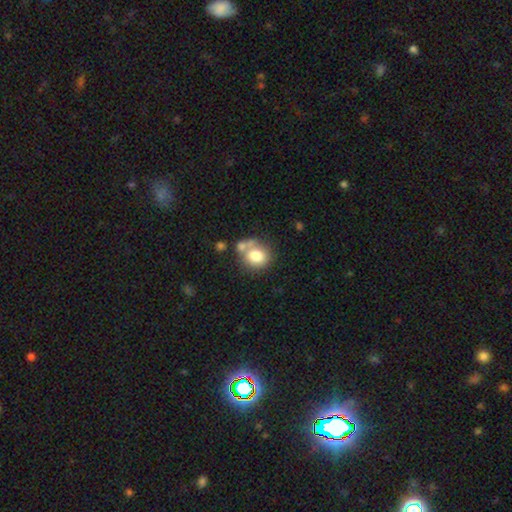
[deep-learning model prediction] Smooth or featured? Predicted: smooth (p=0.76). How rounded? Predicted: round (p=0.75). Merging? Predicted: none (p=0.48).